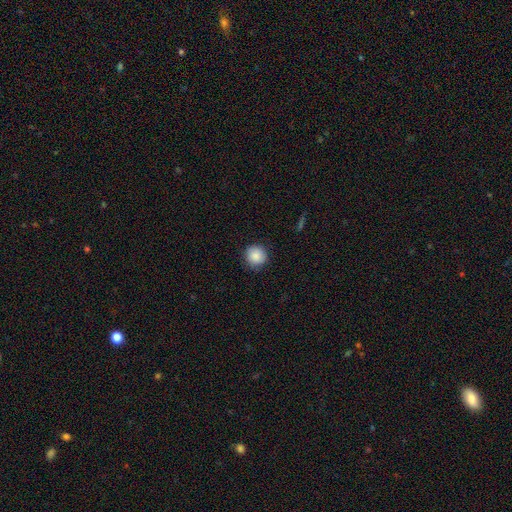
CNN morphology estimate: Overall: smooth (88%). How rounded: round (94%). Merging: none (88%).